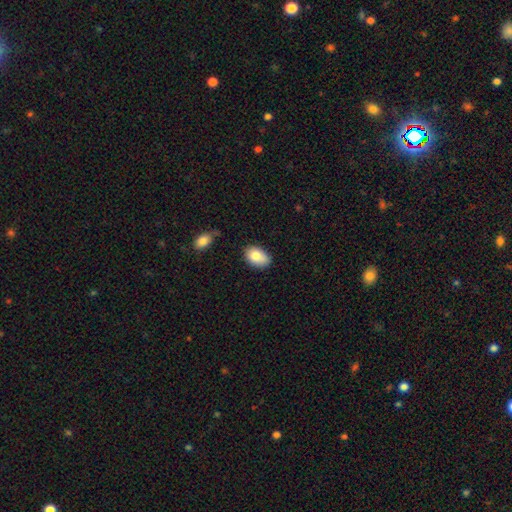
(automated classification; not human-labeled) smooth 84%, featured or disk 9%, star or artifact 8%. Down the decision tree: how rounded — in between (88%); merging — none (71%).